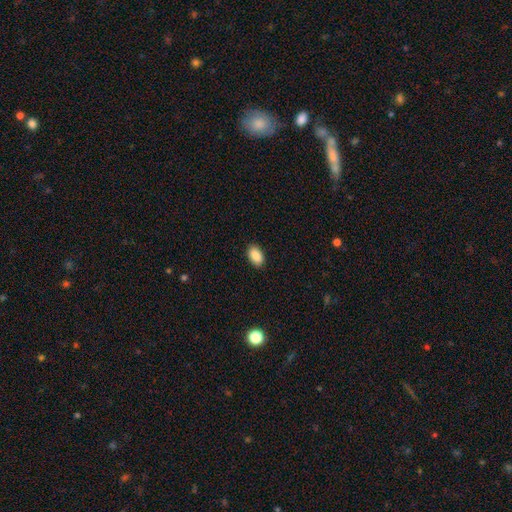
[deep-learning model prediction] Overall: smooth (88%). How rounded: in between (93%). Merging: none (88%).